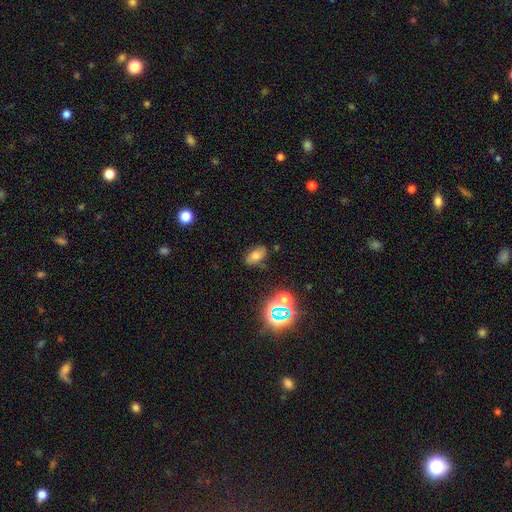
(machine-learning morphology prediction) smooth 68%, star or artifact 19%, featured or disk 13%. Down the decision tree: how rounded — in between (90%); merging — none (80%).